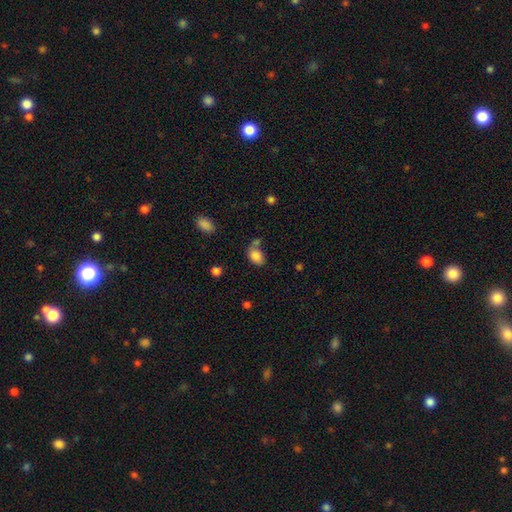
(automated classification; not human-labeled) Morphology: type=smooth (85%); roundness=in between (83%); merging=none (48%).